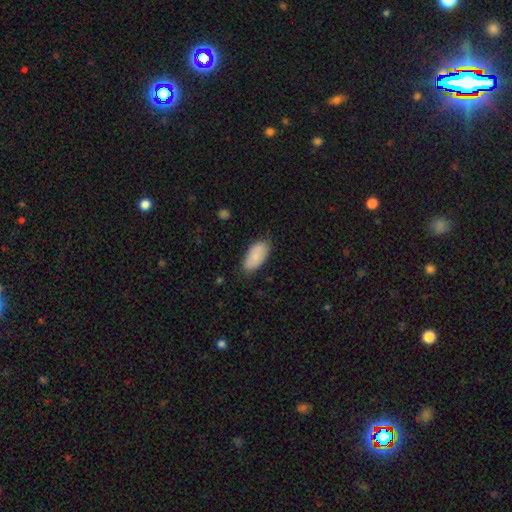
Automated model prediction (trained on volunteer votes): smooth_or_featured: smooth (p=0.85) [alt: featured or disk p=0.09]
how_rounded: in between (p=0.94) [alt: cigar-shaped p=0.04]
merging: none (p=0.78) [alt: minor disturbance p=0.17]